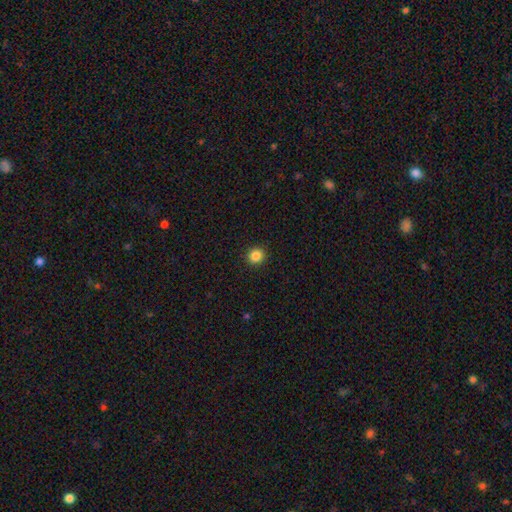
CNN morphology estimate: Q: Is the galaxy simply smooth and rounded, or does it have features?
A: smooth — 85%.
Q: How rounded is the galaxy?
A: round — 91%.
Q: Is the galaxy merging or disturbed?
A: none — 93%.